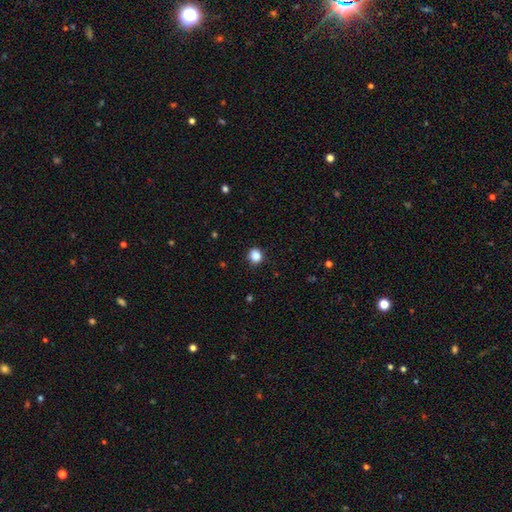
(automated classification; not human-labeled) Smooth or featured? smooth (87%)
How rounded? round (83%)
Merging? none (88%)